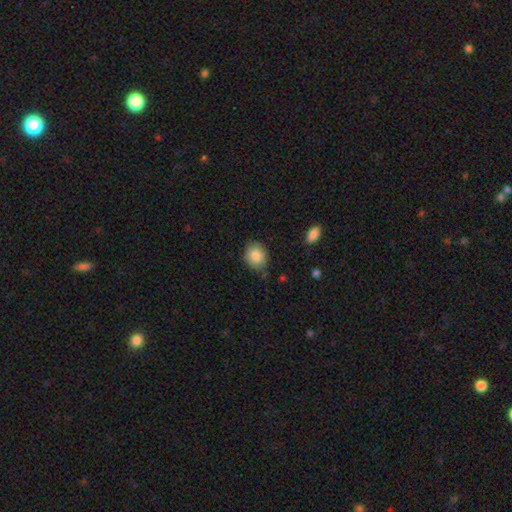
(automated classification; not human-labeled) This is clearly a smooth galaxy (84%). How rounded: possibly round (60%). Merging: likely none (77%).